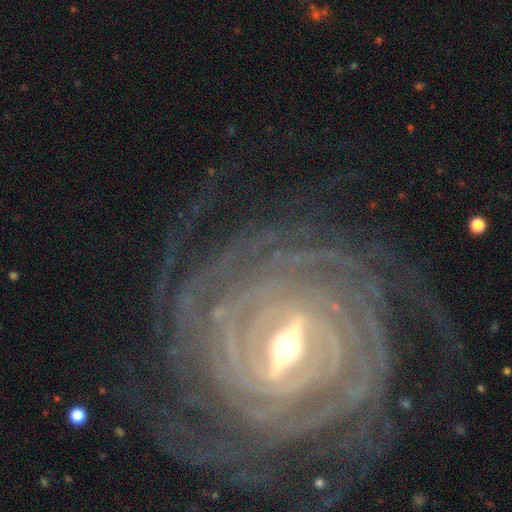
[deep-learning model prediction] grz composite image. It shows a featured or disk galaxy (92%) with a strong bar (69%), more than 4 (33%) tight (87%) spiral arms (97%) and a moderate central bulge (63%). Merging: none (78%).